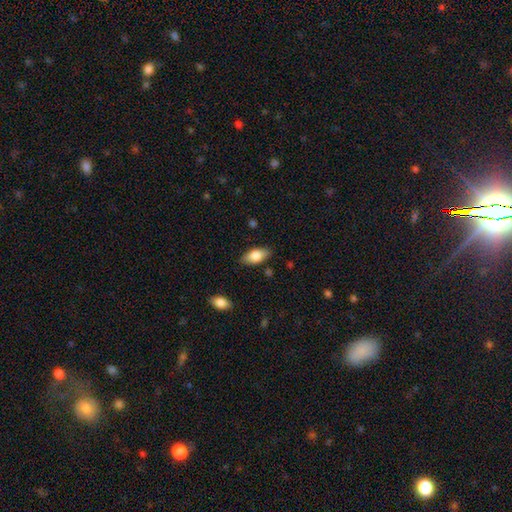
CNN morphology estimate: A smooth galaxy with no disk features (76%) that is in between round and cigar-shaped (87%).

Vote fractions:
- Smooth or featured? smooth: 76% / featured or disk: 17% / star or artifact: 7%
- How rounded? in between: 87% / cigar-shaped: 10% / round: 3%
- Merging? none: 84% / minor disturbance: 11% / major disturbance: 3% / merger: 2%